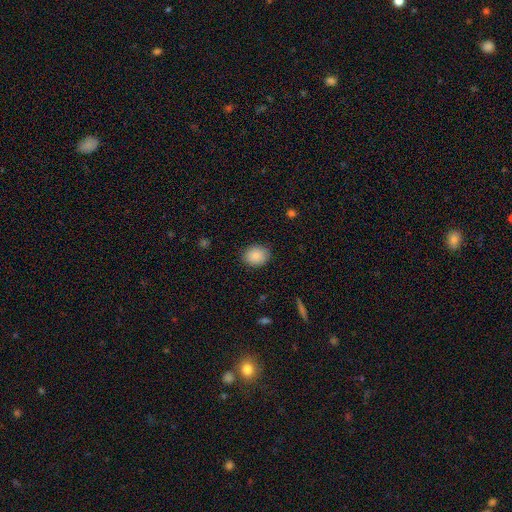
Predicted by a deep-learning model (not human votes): Smooth or featured? smooth (87%)
How rounded? round (55%)
Merging? none (85%)